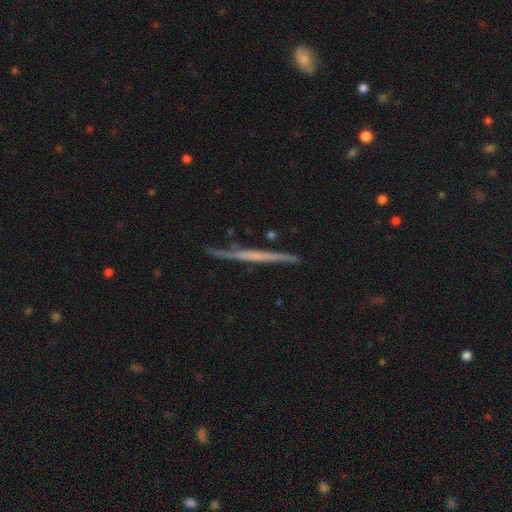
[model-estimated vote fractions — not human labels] Smooth or featured: featured or disk — 64% (smooth — 30%)
Edge-on disk: yes — 96% (no — 4%)
Edge-on bulge: none — 84% (rounded — 10%)
Merging: none — 80% (minor disturbance — 14%)